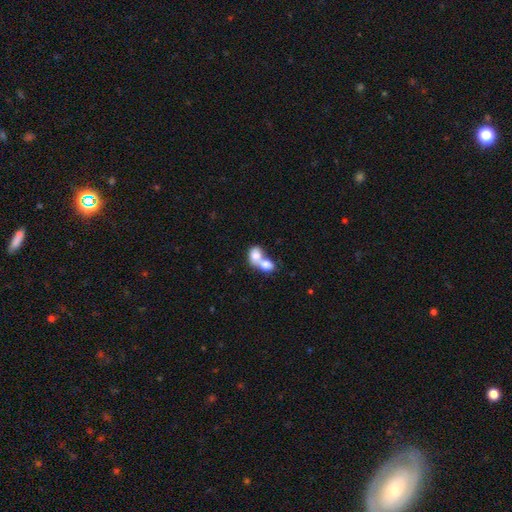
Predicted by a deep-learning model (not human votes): The model was most divided on "how rounded": in between: 59%, round: 40%, cigar-shaped: 1%. More confident: merging — merger (79%); smooth or featured — smooth (76%).